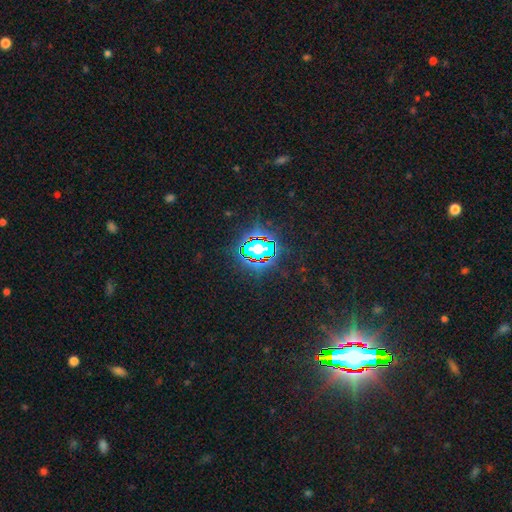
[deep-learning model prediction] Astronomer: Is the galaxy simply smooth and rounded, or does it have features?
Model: star or artifact — 83%.